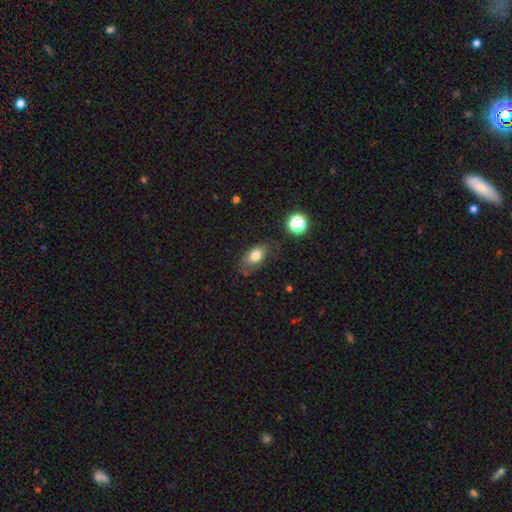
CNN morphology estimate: smooth 76%, featured or disk 13%, star or artifact 10%. Down the decision tree: how rounded — in between (86%); merging — none (66%).